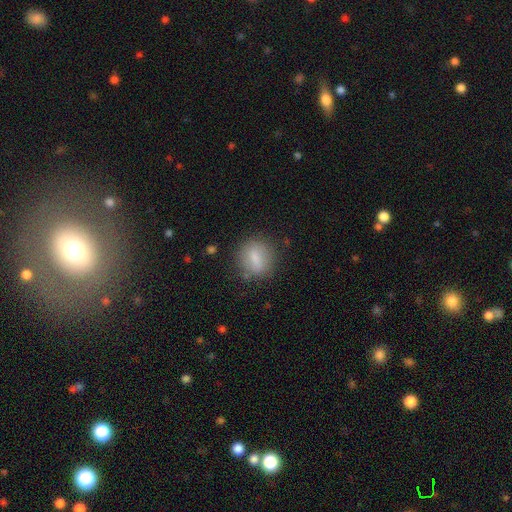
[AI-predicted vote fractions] Smooth or featured? smooth (72%)
How rounded? round (62%)
Merging? none (81%)